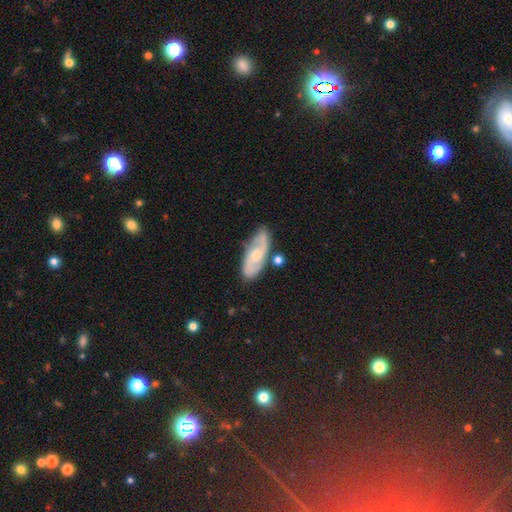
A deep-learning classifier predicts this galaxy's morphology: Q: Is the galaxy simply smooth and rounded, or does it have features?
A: featured or disk — 72%.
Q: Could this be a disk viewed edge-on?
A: no — 90%.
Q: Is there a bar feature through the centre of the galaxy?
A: no — 63%.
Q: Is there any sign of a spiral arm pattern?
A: yes — 90%.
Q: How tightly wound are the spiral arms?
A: medium — 45%.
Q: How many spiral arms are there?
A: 2 — 80%.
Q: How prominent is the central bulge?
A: small — 48%.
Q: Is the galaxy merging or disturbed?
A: none — 73%.